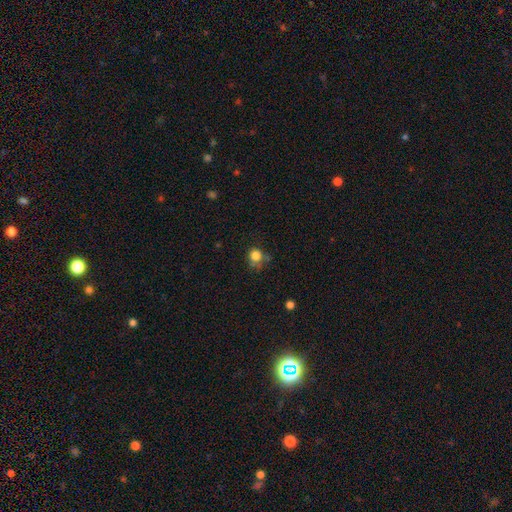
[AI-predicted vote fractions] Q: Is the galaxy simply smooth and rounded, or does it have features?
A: smooth — 81%.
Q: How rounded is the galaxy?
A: round — 77%.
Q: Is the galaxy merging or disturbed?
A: none — 55%.